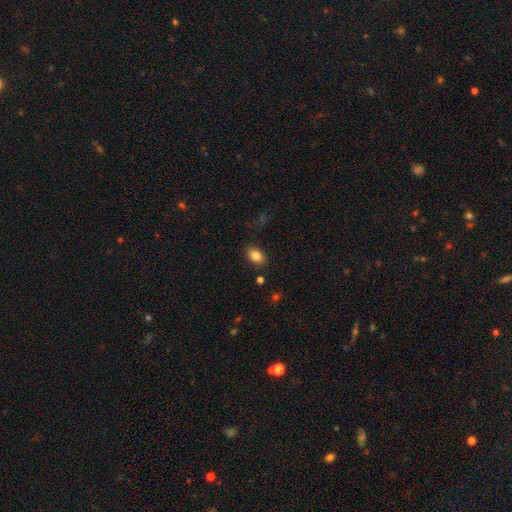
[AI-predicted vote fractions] smooth_or_featured: smooth (p=0.83) [alt: star or artifact p=0.09]
how_rounded: in between (p=0.83) [alt: round p=0.16]
merging: none (p=0.87) [alt: minor disturbance p=0.09]